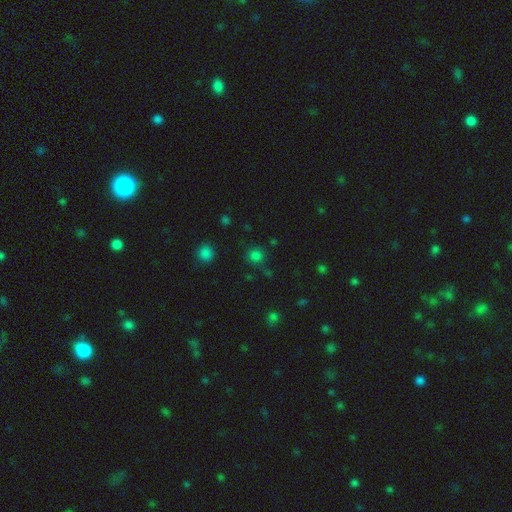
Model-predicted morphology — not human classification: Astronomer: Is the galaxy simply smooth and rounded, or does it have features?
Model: smooth — 74%.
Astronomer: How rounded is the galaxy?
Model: round — 89%.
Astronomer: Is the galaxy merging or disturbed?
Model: none — 77%.